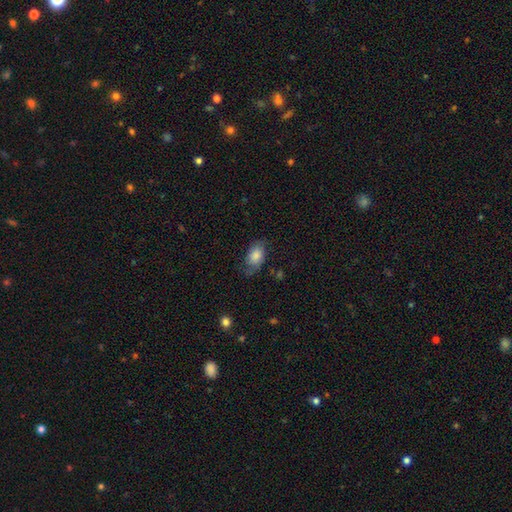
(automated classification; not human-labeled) The model was most divided on "merging": none: 60%, minor disturbance: 27%, major disturbance: 11%, merger: 2%. More confident: how rounded — in between (89%); smooth or featured — smooth (73%).